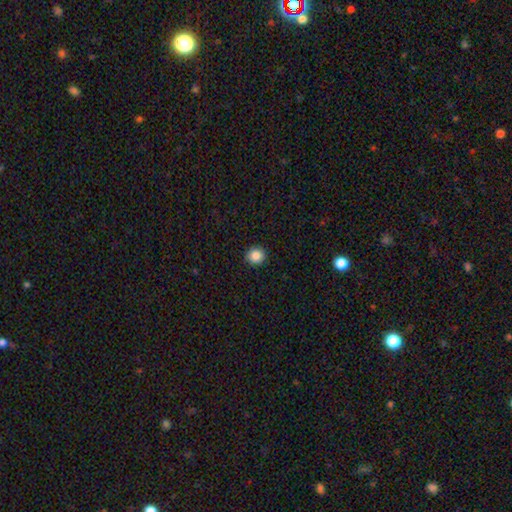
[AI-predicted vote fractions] smooth 86%, star or artifact 10%, featured or disk 4%. Down the decision tree: how rounded — round (93%); merging — none (92%).